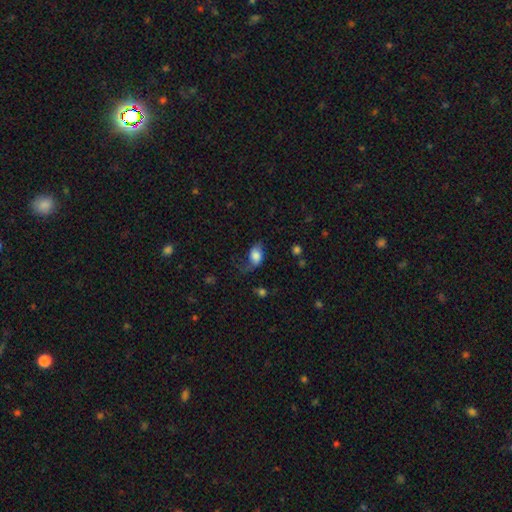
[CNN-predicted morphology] Smooth or featured? Predicted: smooth (p=0.67). How rounded? Predicted: in between (p=0.83). Merging? Predicted: none (p=0.35).